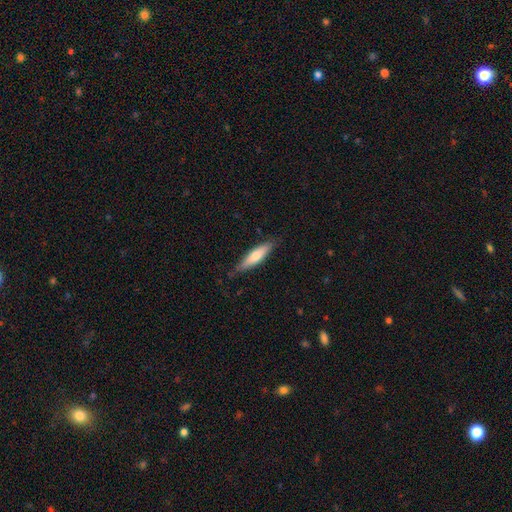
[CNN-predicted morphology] Smooth or featured: smooth — 66% (featured or disk — 29%)
How rounded: cigar-shaped — 73% (in between — 26%)
Merging: none — 78% (minor disturbance — 18%)